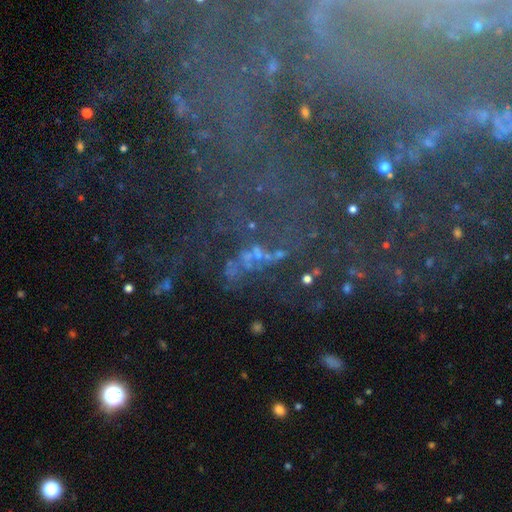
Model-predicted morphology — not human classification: A star or artifact, not a galaxy (44%).

Vote fractions:
- Smooth or featured? star or artifact: 44% / featured or disk: 33% / smooth: 22%